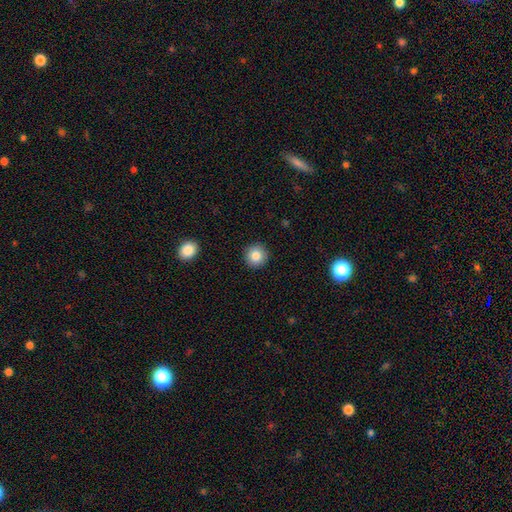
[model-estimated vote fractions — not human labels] Smooth or featured? Predicted: smooth (p=0.84). How rounded? Predicted: round (p=0.95). Merging? Predicted: none (p=0.92).